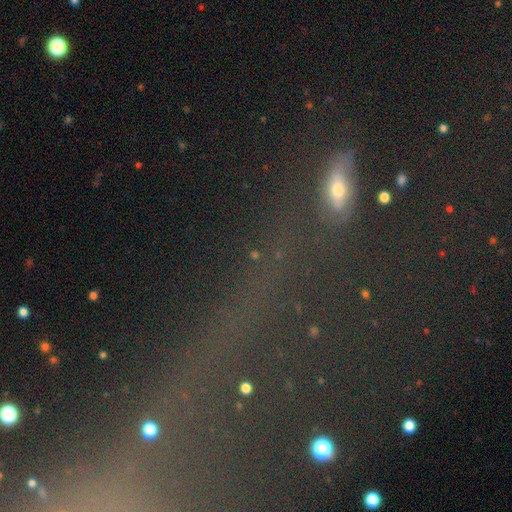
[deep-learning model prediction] The model was most divided on "smooth or featured": star or artifact: 62%, smooth: 24%, featured or disk: 13%.